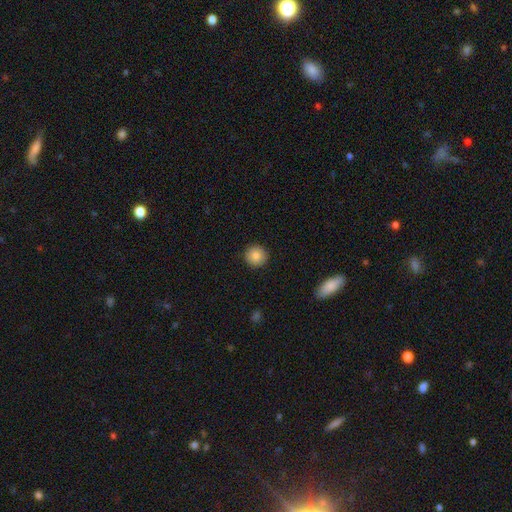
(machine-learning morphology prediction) Smooth or featured? Predicted: smooth (p=0.84). How rounded? Predicted: round (p=0.95). Merging? Predicted: none (p=0.92).